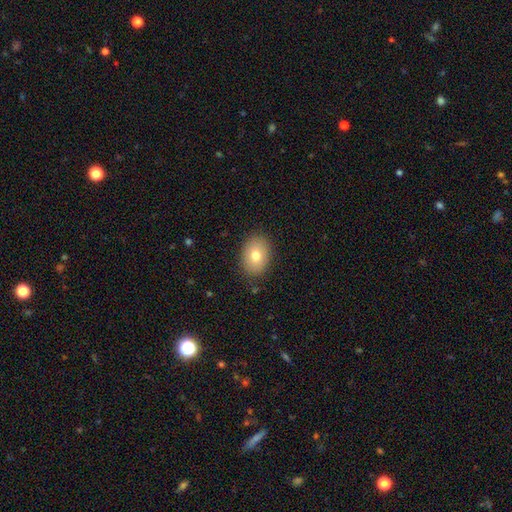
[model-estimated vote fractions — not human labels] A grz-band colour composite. It shows a smooth galaxy with no disk features (76%) that is in between round and cigar-shaped (71%). Merging: none (86%).